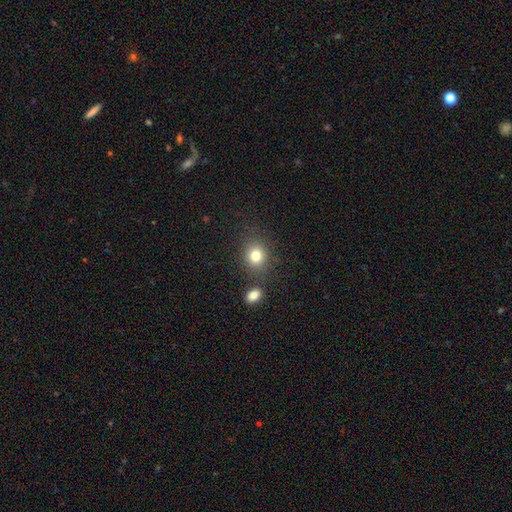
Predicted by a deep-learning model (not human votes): smooth-or-featured: smooth: 80% | star or artifact: 12% | featured or disk: 8%
  how-rounded: round: 71% | in between: 28% | cigar-shaped: 1%
  merging: none: 78% | minor disturbance: 10% | merger: 8% | major disturbance: 4%